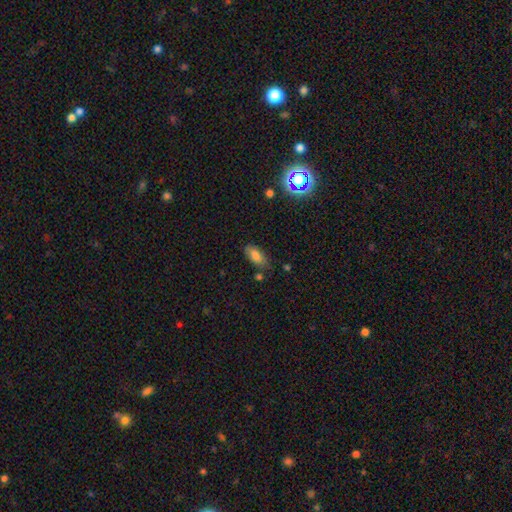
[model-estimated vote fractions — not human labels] A smooth galaxy with no disk features (77%) that is in between round and cigar-shaped (88%).

Vote fractions:
- Smooth or featured? smooth: 77% / featured or disk: 14% / star or artifact: 10%
- How rounded? in between: 88% / cigar-shaped: 9% / round: 3%
- Merging? none: 73% / minor disturbance: 19% / merger: 4% / major disturbance: 4%